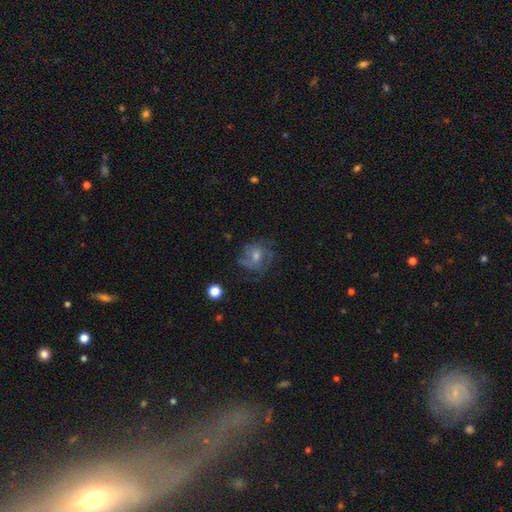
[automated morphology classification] Smooth or featured?
  - featured or disk: 59% *
  - smooth: 24%
  - star or artifact: 17%
Edge-on disk?
  - no: 97% *
  - yes: 3%
Bar?
  - no: 70% *
  - weak: 26%
  - strong: 4%
Spiral arms?
  - yes: 77% *
  - no: 23%
Bulge size?
  - moderate: 53% *
  - small: 37%
  - large: 5%
  - none: 4%
  - dominant: 1%
Merging?
  - none: 66% *
  - minor disturbance: 18%
  - major disturbance: 14%
  - merger: 2%